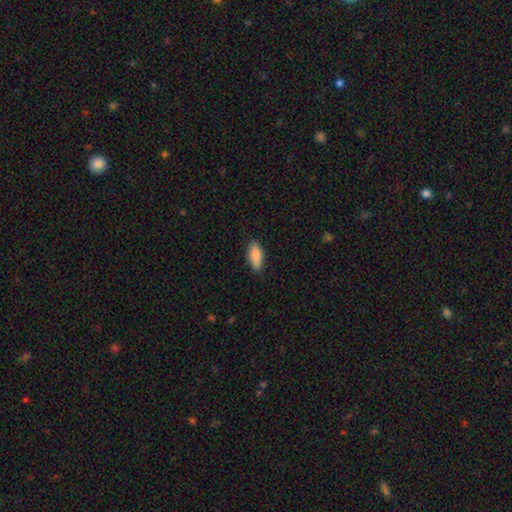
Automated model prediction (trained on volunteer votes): smooth 86%, featured or disk 7%, star or artifact 6%. Down the decision tree: how rounded — in between (76%); merging — none (87%).